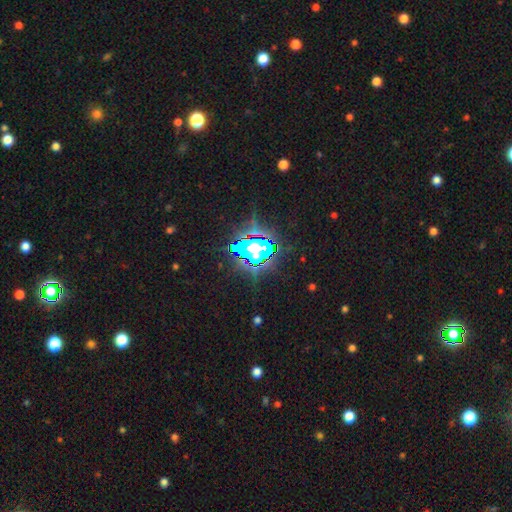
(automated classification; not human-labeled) smooth-or-featured: star or artifact: 64% | smooth: 21% | featured or disk: 16%